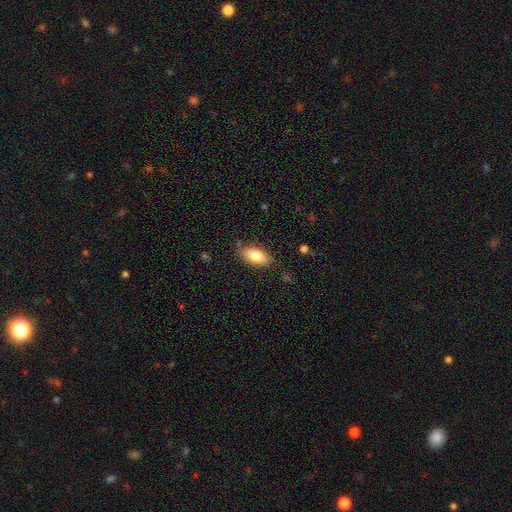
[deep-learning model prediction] The model was most divided on "smooth or featured": smooth: 79%, featured or disk: 14%, star or artifact: 7%. More confident: how rounded — in between (87%); merging — none (82%).